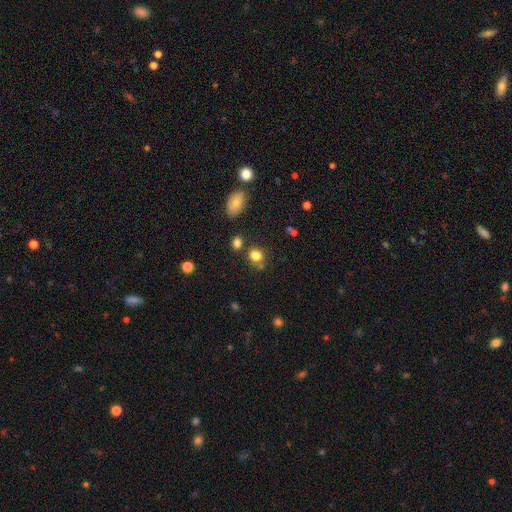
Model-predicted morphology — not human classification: Smooth or featured: smooth — 81% (star or artifact — 13%)
How rounded: round — 72% (in between — 27%)
Merging: none — 70% (merger — 14%)